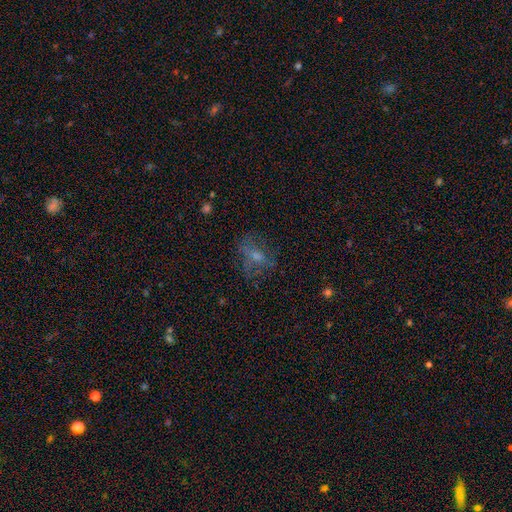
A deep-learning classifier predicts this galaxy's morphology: smooth_or_featured: smooth (p=0.43) [alt: featured or disk p=0.38]
merging: none (p=0.56) [alt: major disturbance p=0.22]